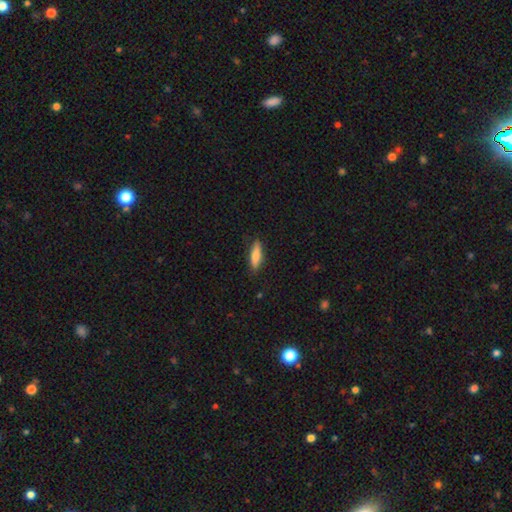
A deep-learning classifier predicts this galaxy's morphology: Smooth or featured?
  - smooth: 79% *
  - featured or disk: 15%
  - star or artifact: 6%
How rounded?
  - cigar-shaped: 61% *
  - in between: 37%
  - round: 2%
Merging?
  - none: 85% *
  - minor disturbance: 12%
  - major disturbance: 2%
  - merger: 1%